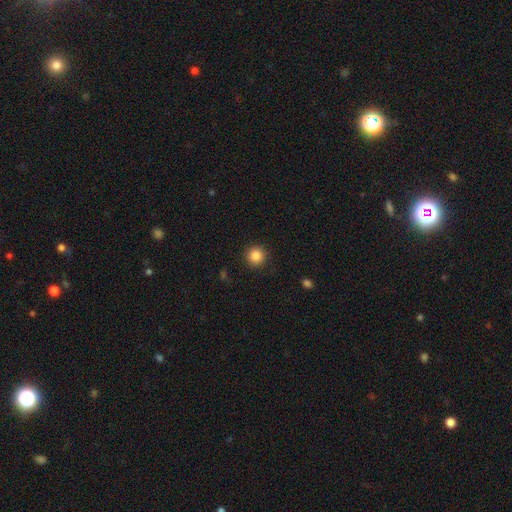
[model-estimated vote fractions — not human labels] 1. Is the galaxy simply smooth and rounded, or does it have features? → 86% smooth, 10% star or artifact, 4% featured or disk.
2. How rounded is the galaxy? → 95% round, 4% in between, 1% cigar-shaped.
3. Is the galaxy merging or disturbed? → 91% none, 6% minor disturbance, 2% major disturbance, 1% merger.